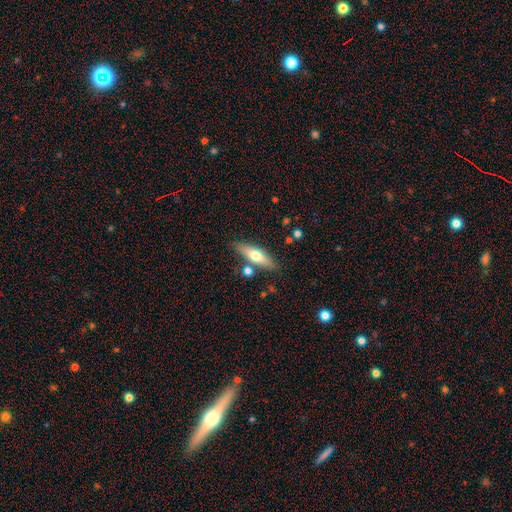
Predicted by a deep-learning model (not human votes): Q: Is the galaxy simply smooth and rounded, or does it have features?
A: smooth — 55%.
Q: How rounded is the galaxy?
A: cigar-shaped — 59%.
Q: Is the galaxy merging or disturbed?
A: none — 77%.